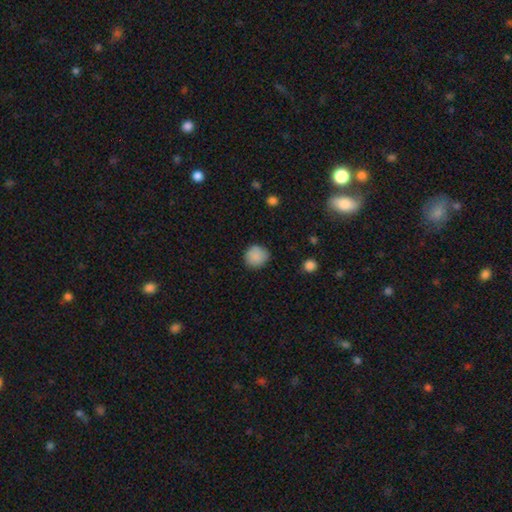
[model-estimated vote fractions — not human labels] This appears to be a smooth galaxy with no disk features (87%) that is round (91%). Merging: none (85%).